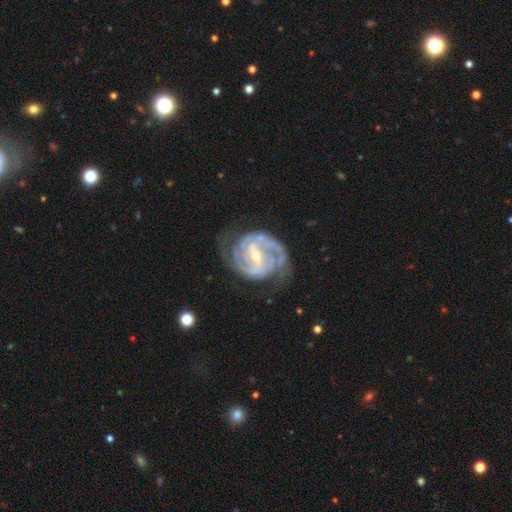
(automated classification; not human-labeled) Q: Smooth or featured?
A: featured or disk (92%); runner-up: star or artifact (4%)
Q: Edge-on disk?
A: no (97%); runner-up: yes (3%)
Q: Bar?
A: strong (49%); runner-up: weak (39%)
Q: Spiral arms?
A: yes (98%); runner-up: no (2%)
Q: Spiral winding?
A: tight (52%); runner-up: medium (40%)
Q: Spiral arm count?
A: 2 (72%); runner-up: 3 (11%)
Q: Bulge size?
A: small (58%); runner-up: moderate (39%)
Q: Merging?
A: none (70%); runner-up: minor disturbance (19%)